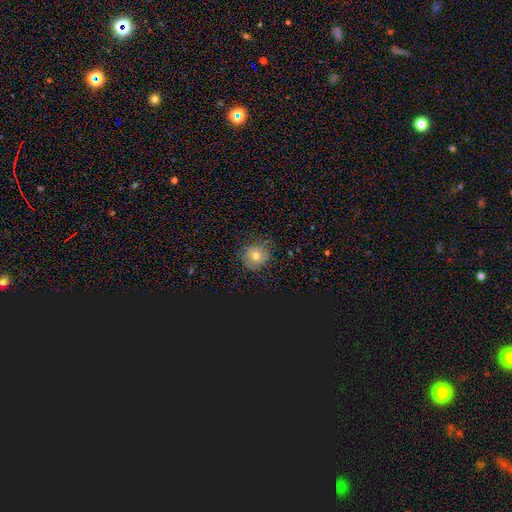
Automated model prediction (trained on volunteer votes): The model was most divided on "smooth or featured": smooth: 58%, star or artifact: 21%, featured or disk: 21%. More confident: how rounded — round (89%); merging — none (78%).